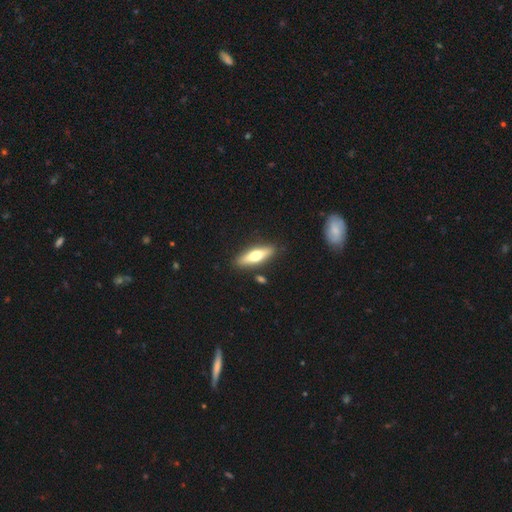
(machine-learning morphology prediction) This appears to be a smooth galaxy with no disk features (52%) that is cigar-shaped (62%). Merging: none (86%).